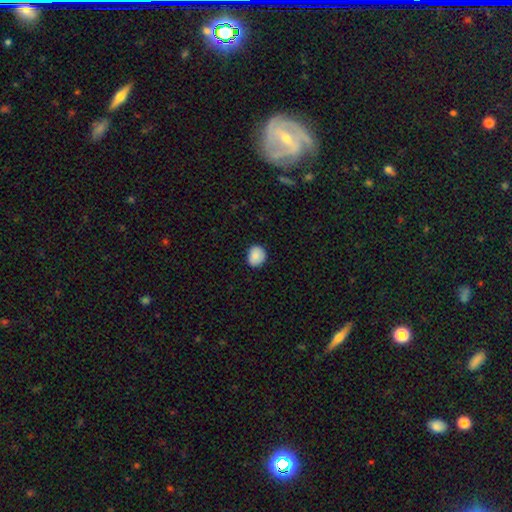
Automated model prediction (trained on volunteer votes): Smooth or featured: smooth — 87% (star or artifact — 8%)
How rounded: round — 68% (in between — 31%)
Merging: none — 84% (minor disturbance — 13%)